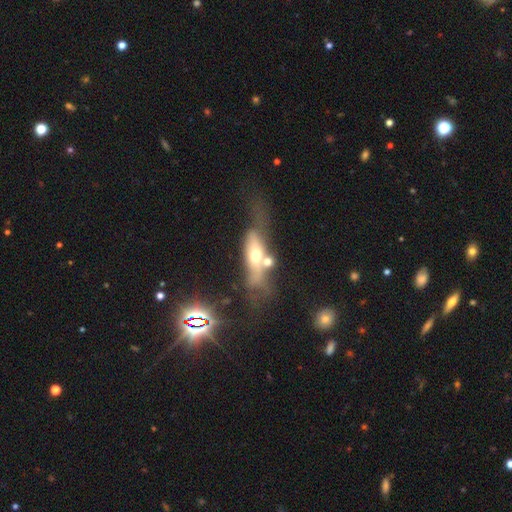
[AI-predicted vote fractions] Smooth or featured? featured or disk (47%)
Merging? merger (32%)